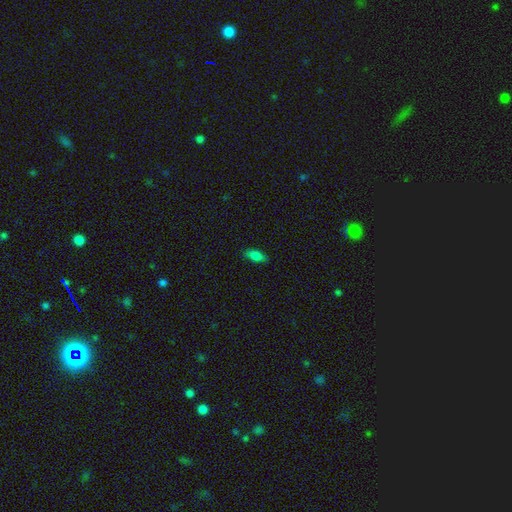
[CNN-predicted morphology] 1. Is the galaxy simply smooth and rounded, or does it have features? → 81% smooth, 10% star or artifact, 9% featured or disk.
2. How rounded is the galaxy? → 82% in between, 15% cigar-shaped, 3% round.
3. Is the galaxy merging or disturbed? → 85% none, 11% minor disturbance, 2% major disturbance, 1% merger.